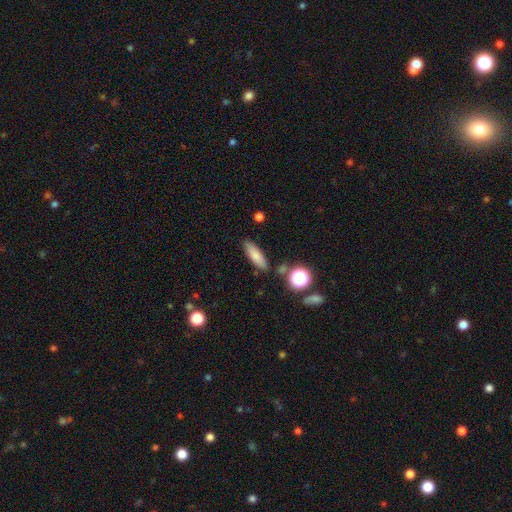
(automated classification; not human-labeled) This appears to be a smooth galaxy with no disk features (78%) that is cigar-shaped (54%). Merging: none (82%).